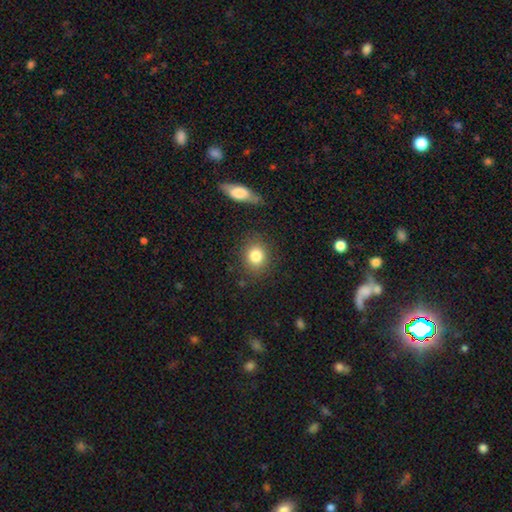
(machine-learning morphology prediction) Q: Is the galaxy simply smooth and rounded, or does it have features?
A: smooth — 83%.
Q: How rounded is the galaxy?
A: round — 72%.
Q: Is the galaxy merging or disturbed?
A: none — 84%.